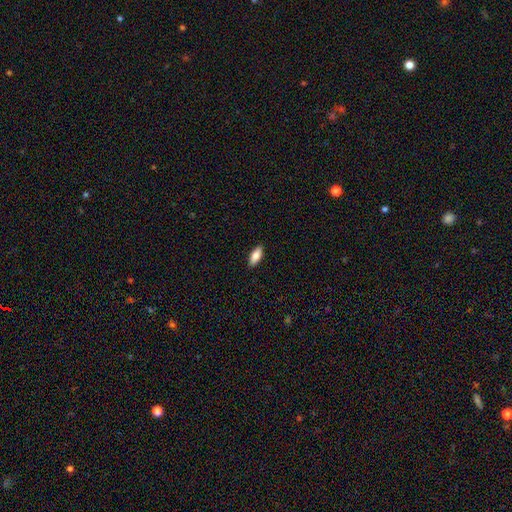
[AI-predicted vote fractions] Smooth or featured? smooth (83%)
How rounded? in between (78%)
Merging? none (89%)